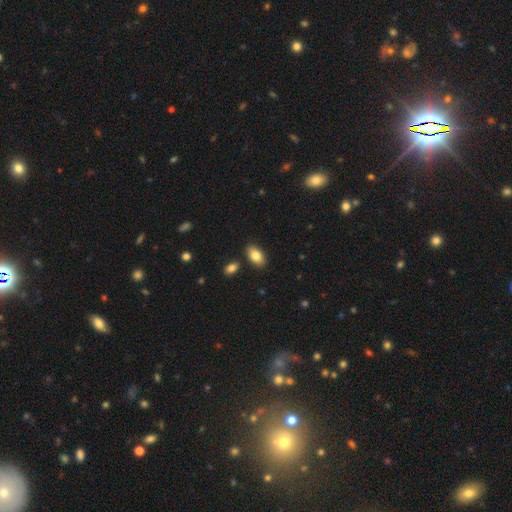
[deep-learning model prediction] smooth_or_featured: smooth (p=0.83) [alt: featured or disk p=0.10]
how_rounded: in between (p=0.93) [alt: round p=0.05]
merging: none (p=0.85) [alt: minor disturbance p=0.09]